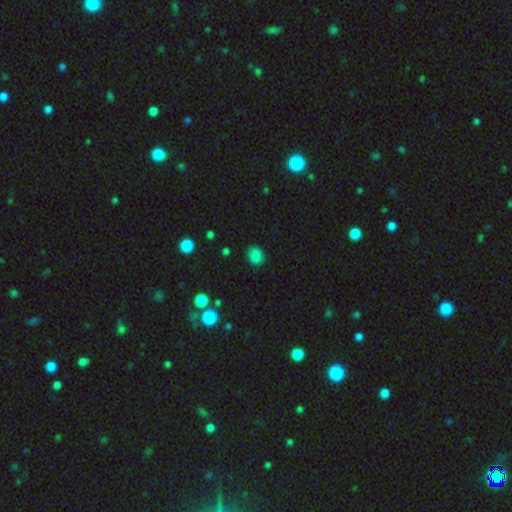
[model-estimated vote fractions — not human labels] Smooth or featured: smooth — 83% (star or artifact — 12%)
How rounded: round — 56% (in between — 43%)
Merging: none — 84% (minor disturbance — 12%)